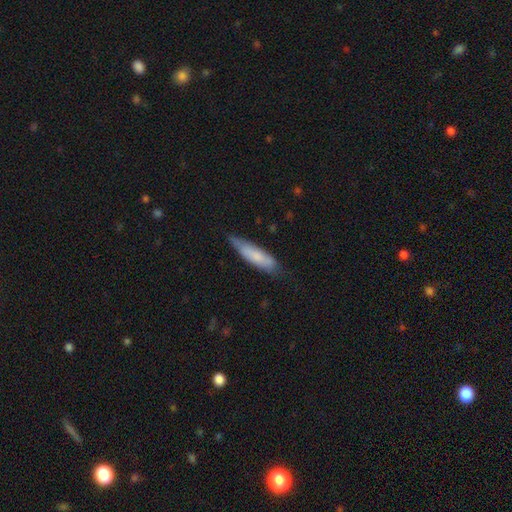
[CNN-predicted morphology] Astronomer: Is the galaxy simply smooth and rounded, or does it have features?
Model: smooth — 71%.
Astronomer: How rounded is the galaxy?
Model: cigar-shaped — 69%.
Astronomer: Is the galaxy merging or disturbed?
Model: none — 65%.